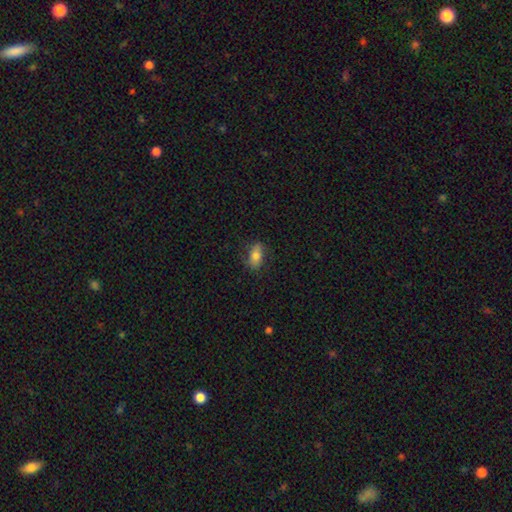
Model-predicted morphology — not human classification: This is likely a smooth galaxy (74%). How rounded: clearly in between (85%). Merging: likely none (74%).